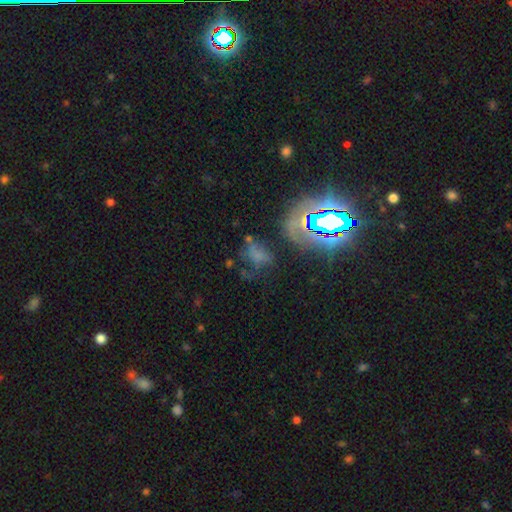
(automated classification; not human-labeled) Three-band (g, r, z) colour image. It shows a star or artifact, not a galaxy (47%).